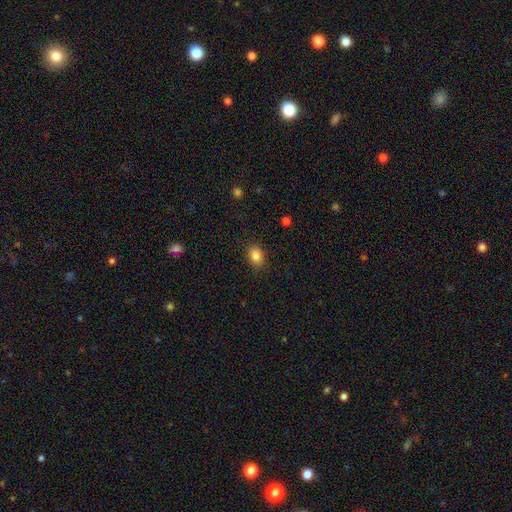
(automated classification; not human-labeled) Smooth or featured?
  - smooth: 85% *
  - star or artifact: 10%
  - featured or disk: 6%
How rounded?
  - in between: 67% *
  - round: 32%
  - cigar-shaped: 1%
Merging?
  - none: 85% *
  - minor disturbance: 12%
  - major disturbance: 3%
  - merger: 1%